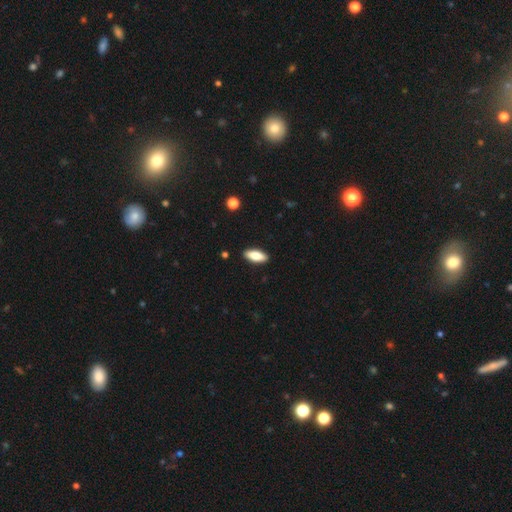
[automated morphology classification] This is likely a smooth galaxy (79%). How rounded: likely in between (78%). Merging: clearly none (90%).